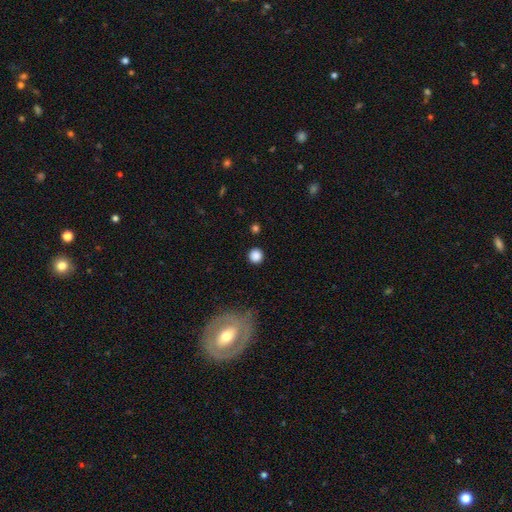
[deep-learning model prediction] This is clearly a smooth galaxy (86%). How rounded: clearly round (94%). Merging: clearly none (91%).